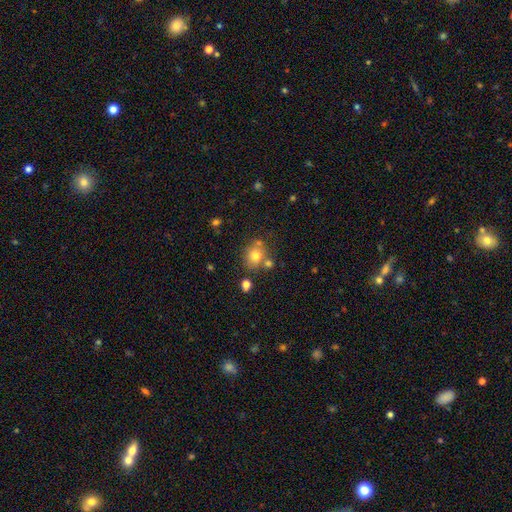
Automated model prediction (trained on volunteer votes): The model was most divided on "how rounded": round: 70%, in between: 29%, cigar-shaped: 1%. More confident: smooth or featured — smooth (75%); merging — none (67%).